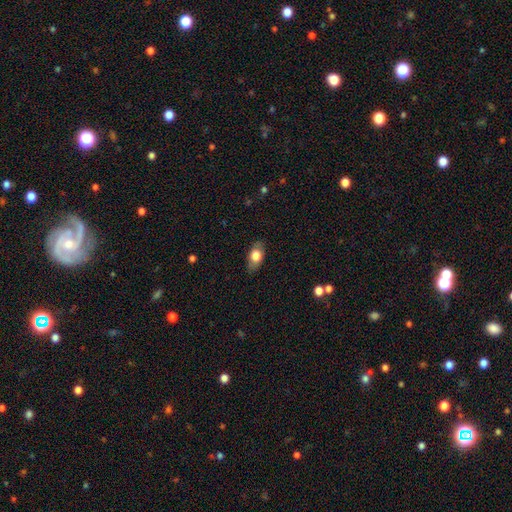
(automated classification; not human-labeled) A smooth galaxy with no disk features (76%) that is in between round and cigar-shaped (87%).

Vote fractions:
- Smooth or featured? smooth: 76% / featured or disk: 18% / star or artifact: 7%
- How rounded? in between: 87% / round: 9% / cigar-shaped: 4%
- Merging? none: 83% / minor disturbance: 13% / major disturbance: 3% / merger: 1%